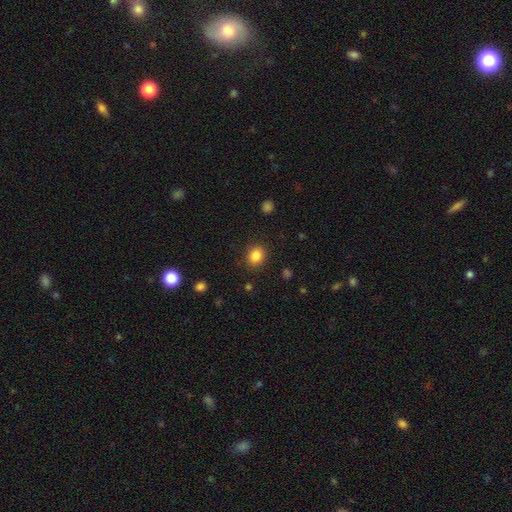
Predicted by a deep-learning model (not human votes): smooth 85%, star or artifact 10%, featured or disk 4%. Down the decision tree: how rounded — round (58%); merging — none (87%).